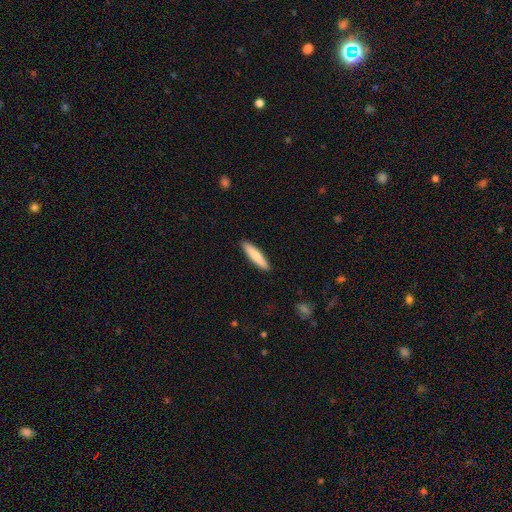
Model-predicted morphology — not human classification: A smooth galaxy with no disk features (78%) that is cigar-shaped (86%). Merging: none (91%).